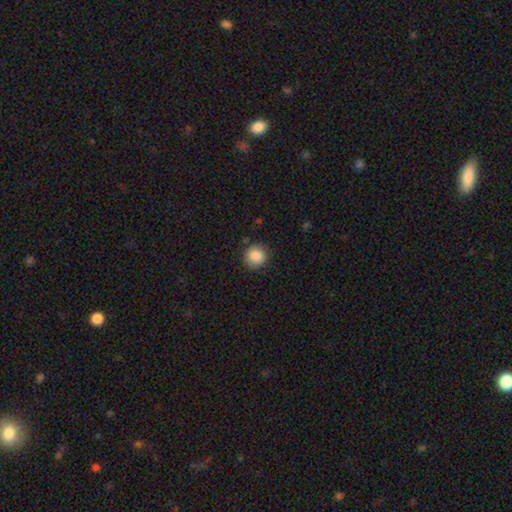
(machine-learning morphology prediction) Smooth or featured: smooth — 87% (star or artifact — 9%)
How rounded: round — 89% (in between — 10%)
Merging: none — 86% (minor disturbance — 10%)